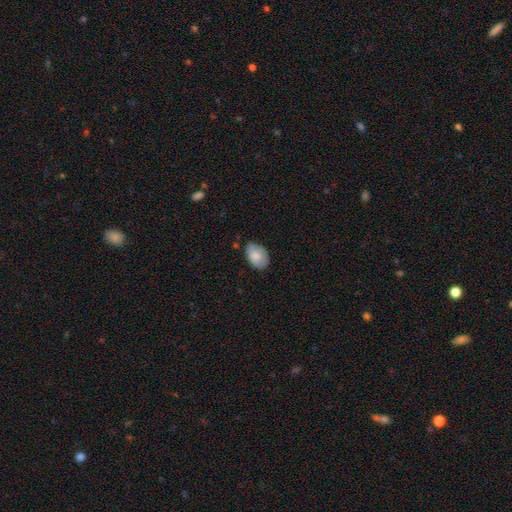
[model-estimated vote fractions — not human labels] A smooth galaxy with no disk features (81%) that is in between round and cigar-shaped (88%).

Vote fractions:
- Smooth or featured? smooth: 81% / featured or disk: 13% / star or artifact: 7%
- How rounded? in between: 88% / round: 11% / cigar-shaped: 1%
- Merging? none: 68% / minor disturbance: 26% / major disturbance: 4% / merger: 2%